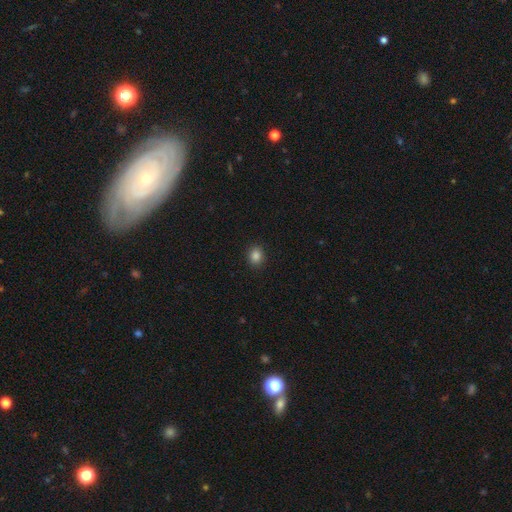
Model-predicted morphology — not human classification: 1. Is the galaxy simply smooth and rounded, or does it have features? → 85% smooth, 11% star or artifact, 3% featured or disk.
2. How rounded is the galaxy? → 64% round, 35% in between, 1% cigar-shaped.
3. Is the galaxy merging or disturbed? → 91% none, 6% minor disturbance, 2% major disturbance, 1% merger.